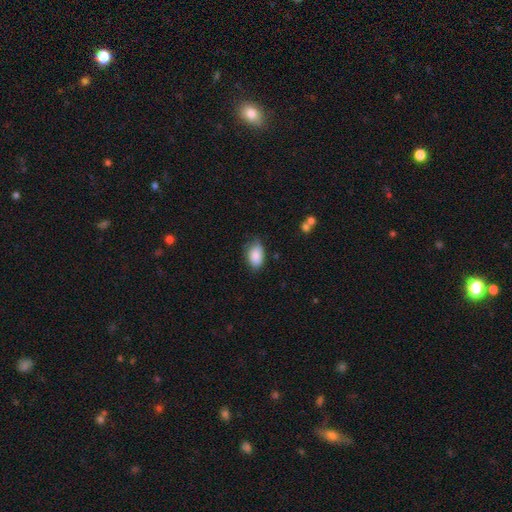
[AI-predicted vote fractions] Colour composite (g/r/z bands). It shows a smooth galaxy with no disk features (86%) that is in between round and cigar-shaped (92%). Merging: none (70%).